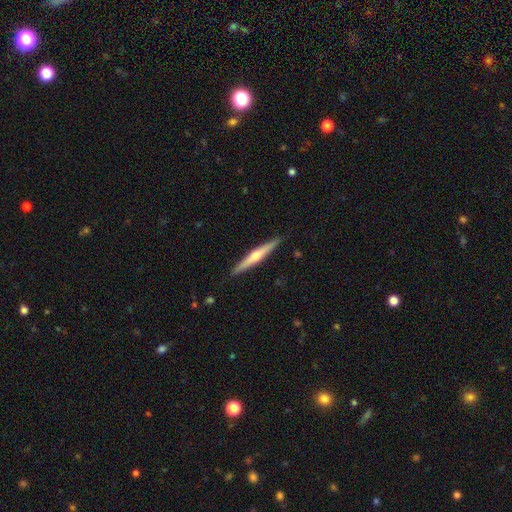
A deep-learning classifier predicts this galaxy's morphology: type=featured or disk (65%); edge-on=yes (98%); edge-on bulge=rounded (87%); merging=none (91%).